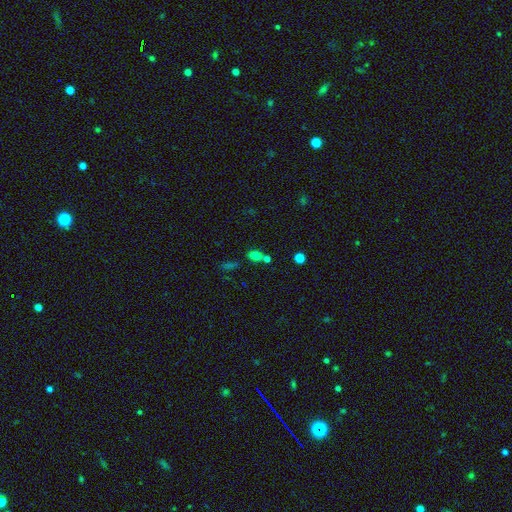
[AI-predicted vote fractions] Q: Smooth or featured?
A: smooth (72%); runner-up: star or artifact (18%)
Q: How rounded?
A: in between (66%); runner-up: round (30%)
Q: Merging?
A: none (49%); runner-up: merger (33%)